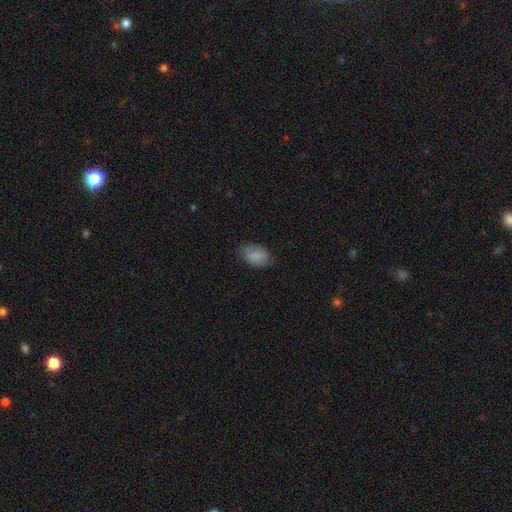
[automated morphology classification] smooth 84%, featured or disk 9%, star or artifact 7%. Down the decision tree: how rounded — in between (88%); merging — none (76%).